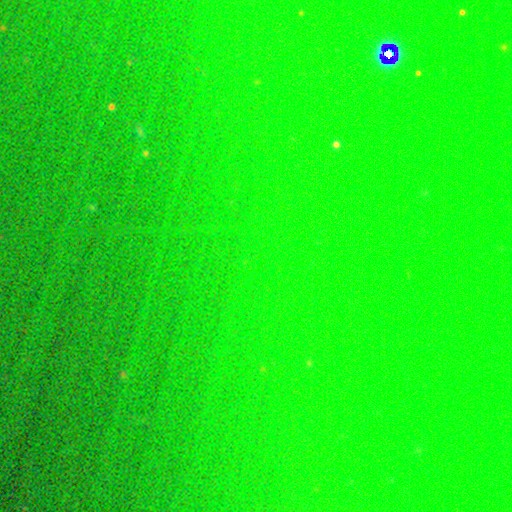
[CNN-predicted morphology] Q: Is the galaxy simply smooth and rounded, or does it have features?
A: star or artifact — 81%.